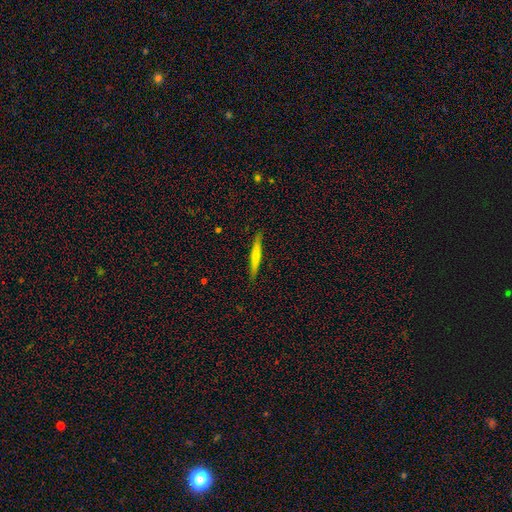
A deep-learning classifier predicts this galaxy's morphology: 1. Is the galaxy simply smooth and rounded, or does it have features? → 48% smooth, 46% featured or disk, 6% star or artifact.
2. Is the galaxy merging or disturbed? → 90% none, 8% minor disturbance, 1% major disturbance, 1% merger.